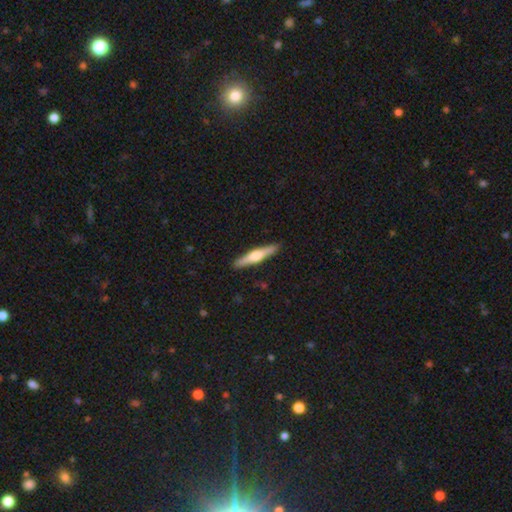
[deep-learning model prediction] Smooth or featured: featured or disk — 55% (smooth — 40%)
Edge-on disk: yes — 97% (no — 3%)
Edge-on bulge: rounded — 85% (boxy — 9%)
Merging: none — 91% (minor disturbance — 7%)